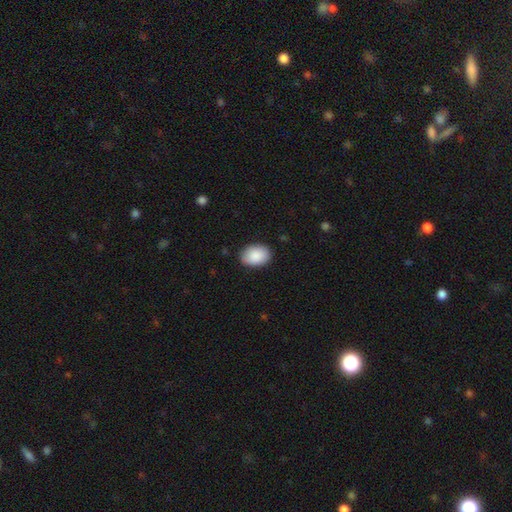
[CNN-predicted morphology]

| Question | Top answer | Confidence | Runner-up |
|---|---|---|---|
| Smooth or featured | smooth | 89% | star or artifact (6%) |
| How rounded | in between | 81% | round (18%) |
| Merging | none | 86% | minor disturbance (11%) |